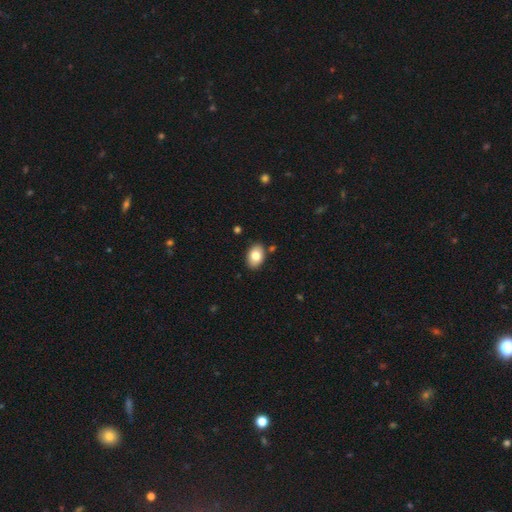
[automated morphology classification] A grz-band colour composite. It shows a smooth galaxy with no disk features (81%) that is in between round and cigar-shaped (86%). Merging: none (85%).